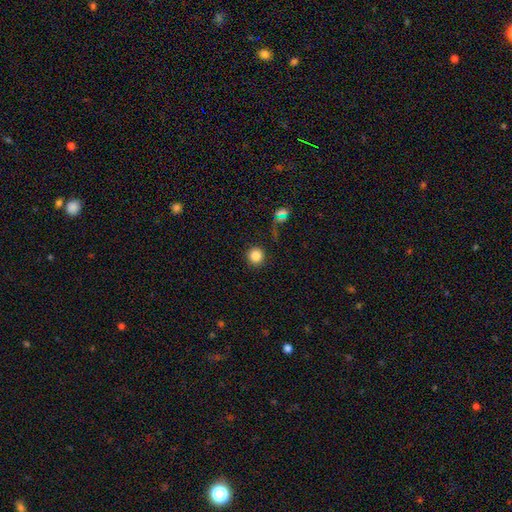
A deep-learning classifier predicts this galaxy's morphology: Overall: smooth (83%). How rounded: round (94%). Merging: none (88%).